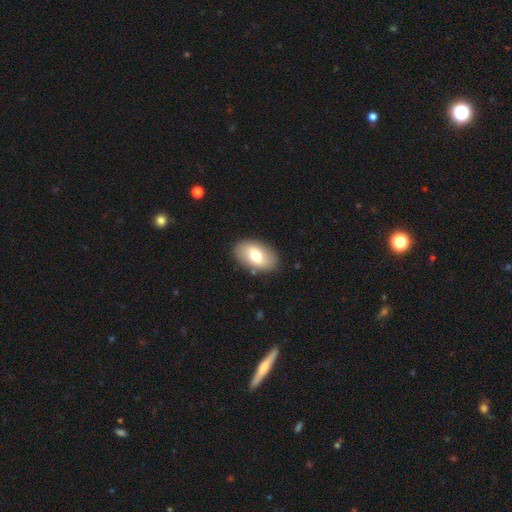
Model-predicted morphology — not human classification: A smooth galaxy with no disk features (68%) that is in between round and cigar-shaped (92%).

Vote fractions:
- Smooth or featured? smooth: 68% / featured or disk: 26% / star or artifact: 6%
- How rounded? in between: 92% / round: 7% / cigar-shaped: 1%
- Merging? none: 87% / minor disturbance: 9% / major disturbance: 3% / merger: 1%